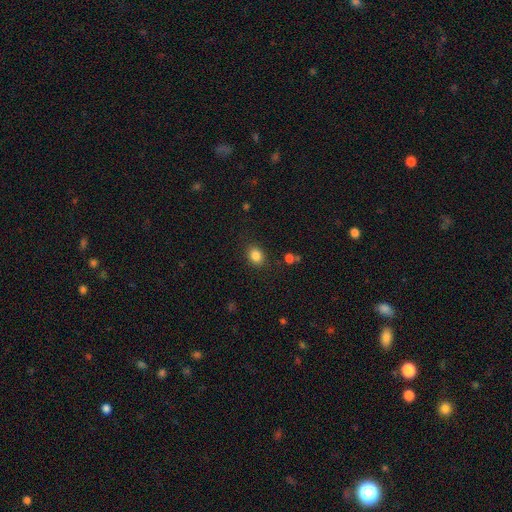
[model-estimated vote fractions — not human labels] smooth-or-featured: smooth: 85% | star or artifact: 10% | featured or disk: 5%
  how-rounded: in between: 52% | round: 47% | cigar-shaped: 1%
  merging: none: 87% | minor disturbance: 9% | major disturbance: 3% | merger: 2%